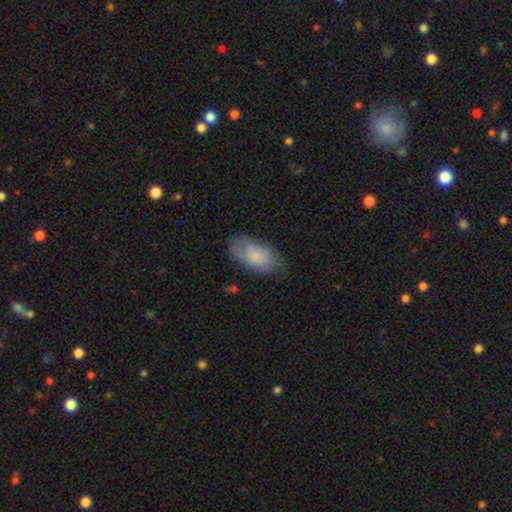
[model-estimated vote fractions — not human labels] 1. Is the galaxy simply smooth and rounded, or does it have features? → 71% smooth, 22% featured or disk, 7% star or artifact.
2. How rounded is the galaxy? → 93% in between, 4% round, 3% cigar-shaped.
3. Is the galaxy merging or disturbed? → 69% none, 23% minor disturbance, 7% major disturbance, 1% merger.